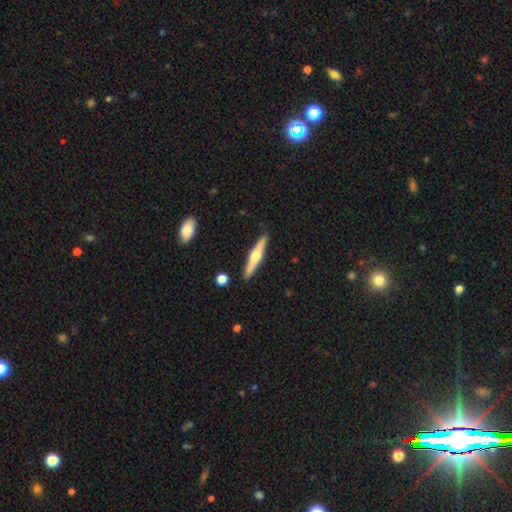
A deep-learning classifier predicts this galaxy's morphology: Smooth or featured: featured or disk — 61% (smooth — 34%)
Edge-on disk: yes — 97% (no — 3%)
Edge-on bulge: rounded — 92% (none — 5%)
Merging: none — 90% (minor disturbance — 7%)